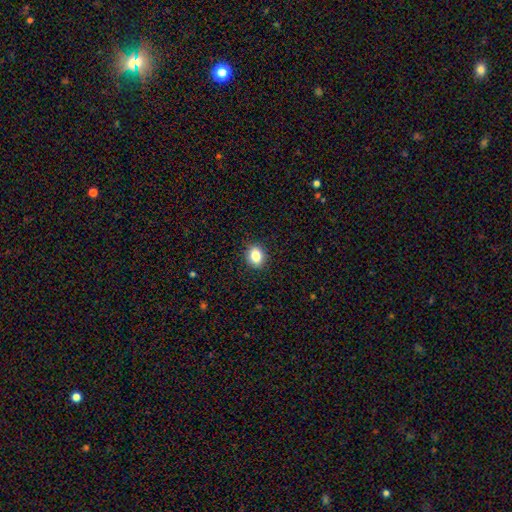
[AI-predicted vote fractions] A smooth galaxy with no disk features (83%) that is in between round and cigar-shaped (52%). Merging: none (90%).